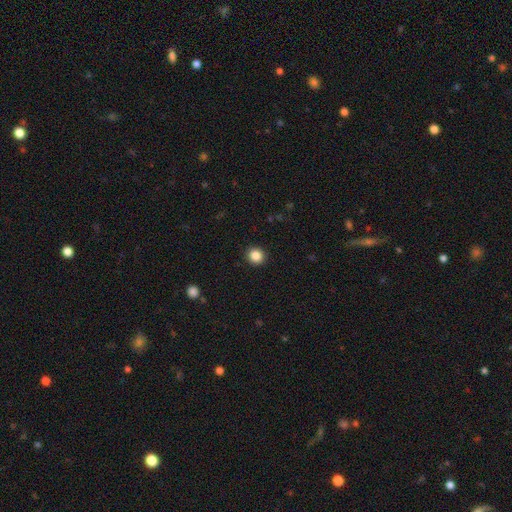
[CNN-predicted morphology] Smooth or featured?
  - smooth: 86% *
  - star or artifact: 10%
  - featured or disk: 4%
How rounded?
  - round: 87% *
  - in between: 12%
  - cigar-shaped: 1%
Merging?
  - none: 92% *
  - minor disturbance: 5%
  - major disturbance: 2%
  - merger: 1%